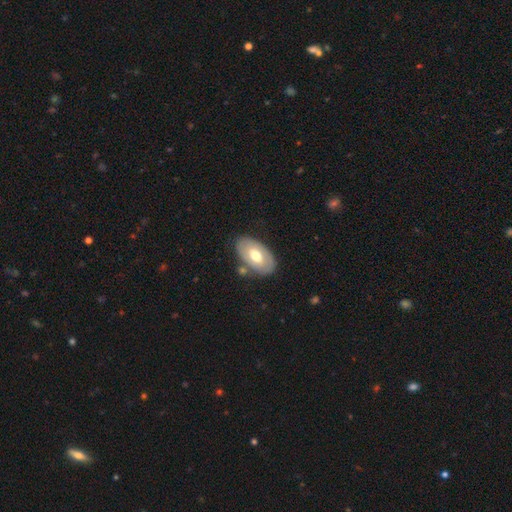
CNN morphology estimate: A smooth galaxy with no disk features (56%) that is in between round and cigar-shaped (93%).

Vote fractions:
- Smooth or featured? smooth: 56% / featured or disk: 39% / star or artifact: 5%
- How rounded? in between: 93% / round: 5% / cigar-shaped: 2%
- Merging? none: 76% / minor disturbance: 13% / merger: 7% / major disturbance: 4%